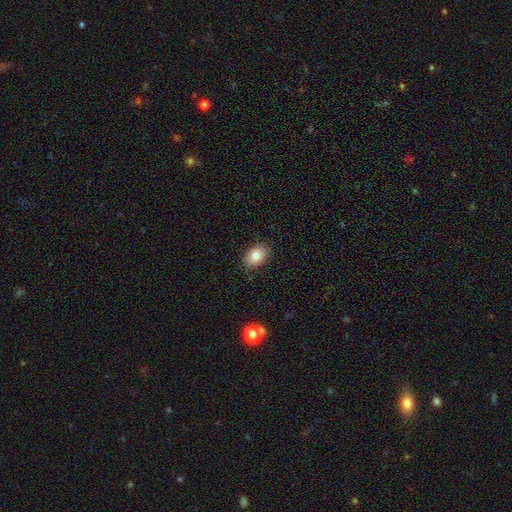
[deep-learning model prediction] Smooth or featured?
  - smooth: 83% *
  - featured or disk: 9%
  - star or artifact: 8%
How rounded?
  - in between: 83% *
  - round: 15%
  - cigar-shaped: 1%
Merging?
  - none: 86% *
  - minor disturbance: 11%
  - major disturbance: 2%
  - merger: 1%